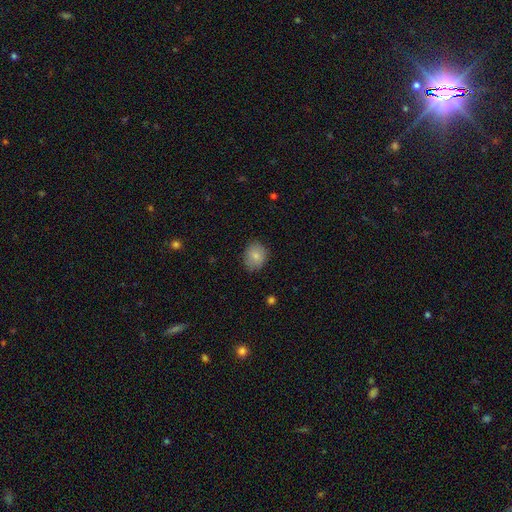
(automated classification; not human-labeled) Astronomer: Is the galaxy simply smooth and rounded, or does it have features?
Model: smooth — 82%.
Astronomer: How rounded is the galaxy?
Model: round — 58% (runner-up: in between, 41%).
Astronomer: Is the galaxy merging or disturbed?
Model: none — 80%.